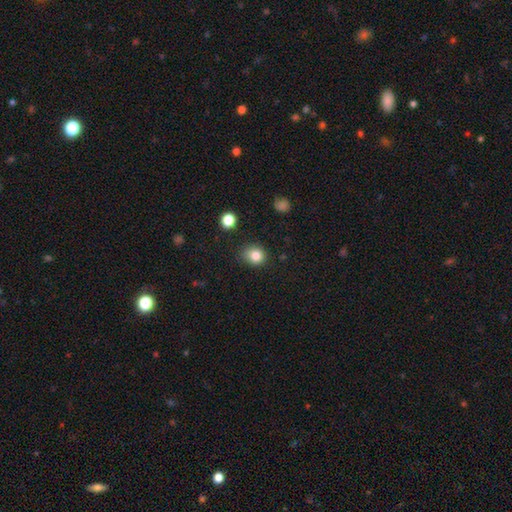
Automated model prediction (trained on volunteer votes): A smooth galaxy with no disk features (82%) that is round (73%). Merging: none (77%).